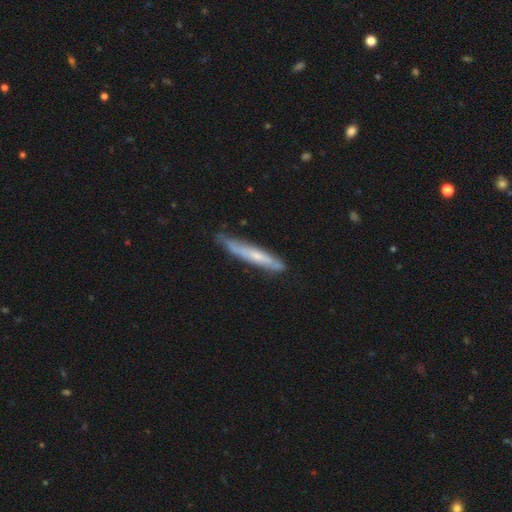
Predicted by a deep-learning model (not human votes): Smooth or featured? featured or disk (54%)
Edge-on disk? yes (75%)
Merging? none (69%)